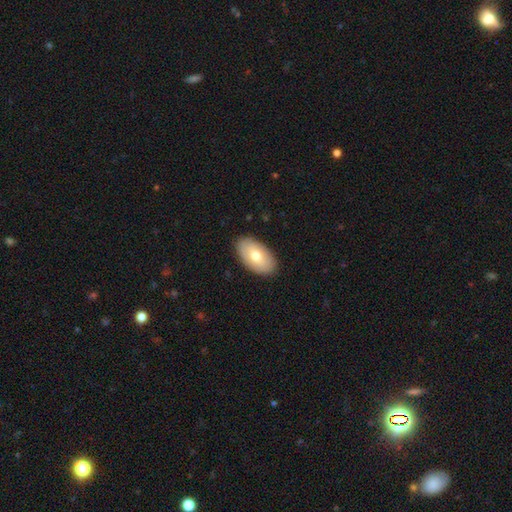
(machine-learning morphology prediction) type=smooth (73%); roundness=in between (95%); merging=none (88%).